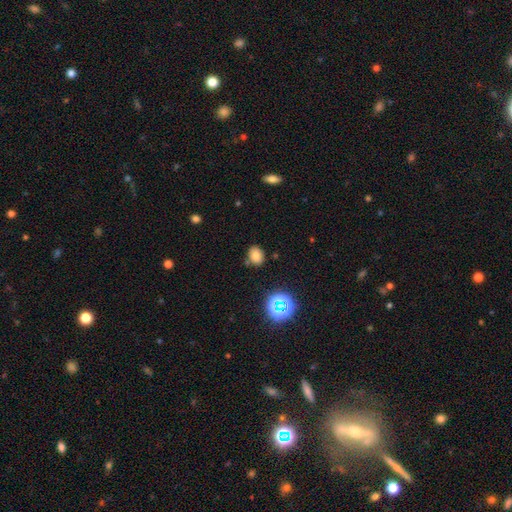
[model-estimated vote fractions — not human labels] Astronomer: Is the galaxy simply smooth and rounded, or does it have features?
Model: smooth — 77%.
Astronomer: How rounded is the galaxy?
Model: in between — 63%.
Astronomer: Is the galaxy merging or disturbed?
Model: none — 80%.